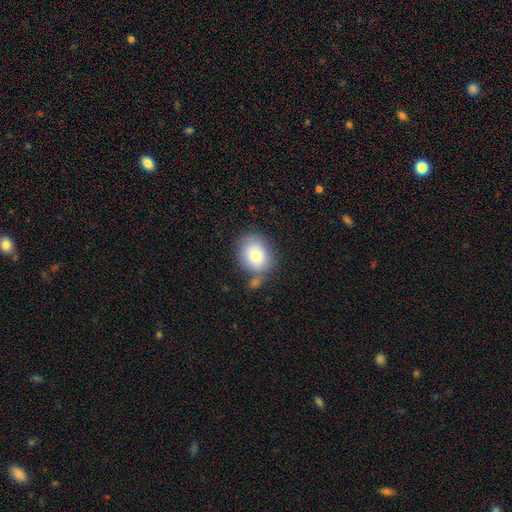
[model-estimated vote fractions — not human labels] Smooth or featured? smooth (82%)
How rounded? in between (52%)
Merging? none (61%)